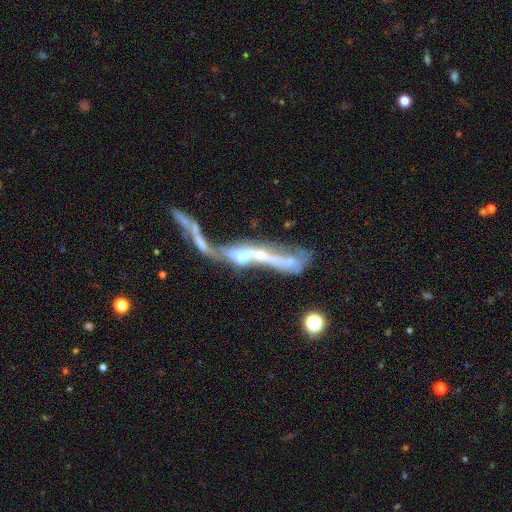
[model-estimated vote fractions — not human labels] Morphology: type=featured or disk (70%); edge-on=no (57%); merging=merger (59%).